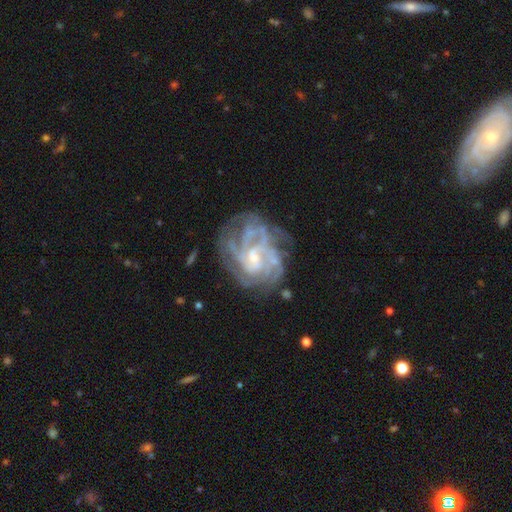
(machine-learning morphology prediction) Smooth or featured?
  - featured or disk: 84% *
  - star or artifact: 9%
  - smooth: 7%
Edge-on disk?
  - no: 97% *
  - yes: 3%
Bar?
  - no: 47% *
  - weak: 42%
  - strong: 12%
Spiral arms?
  - yes: 91% *
  - no: 9%
Spiral winding?
  - tight: 61% *
  - medium: 31%
  - loose: 8%
Spiral arm count?
  - can't tell: 36% *
  - 4: 20%
  - 3: 17%
  - 2: 11%
  - more than 4: 9%
  - 1: 7%
Bulge size?
  - small: 51% *
  - moderate: 37%
  - none: 8%
  - large: 3%
  - dominant: 1%
Merging?
  - none: 67% *
  - minor disturbance: 18%
  - major disturbance: 13%
  - merger: 3%